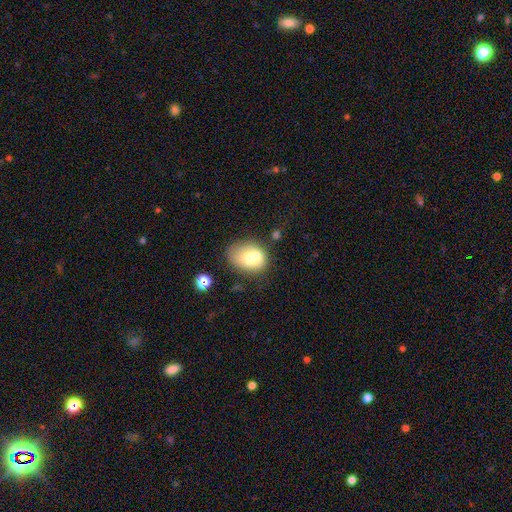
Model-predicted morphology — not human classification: smooth-or-featured: smooth: 66% | featured or disk: 25% | star or artifact: 9%
  how-rounded: in between: 62% | round: 37% | cigar-shaped: 1%
  merging: none: 39% | merger: 38% | minor disturbance: 17% | major disturbance: 7%